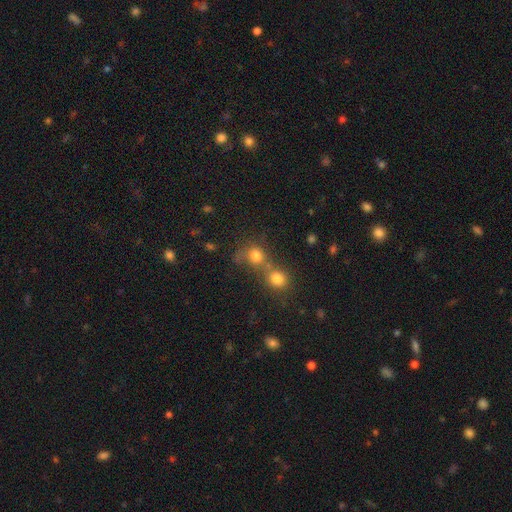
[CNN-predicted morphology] Overall: smooth (76%). How rounded: round (81%). Merging: merger (48%; none 38%).